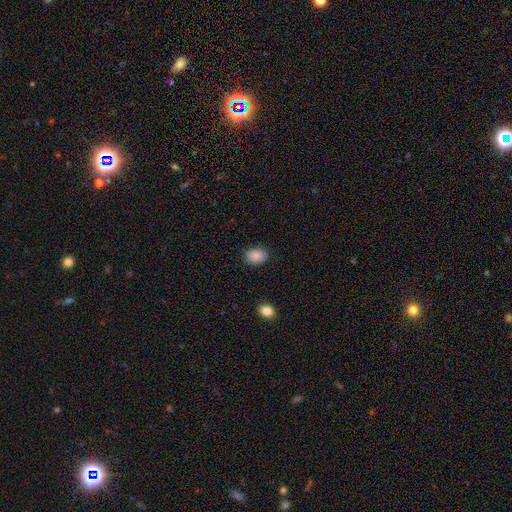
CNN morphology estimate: smooth-or-featured: smooth: 88% | star or artifact: 8% | featured or disk: 4%
  how-rounded: in between: 67% | round: 32% | cigar-shaped: 1%
  merging: none: 83% | minor disturbance: 13% | major disturbance: 3% | merger: 1%